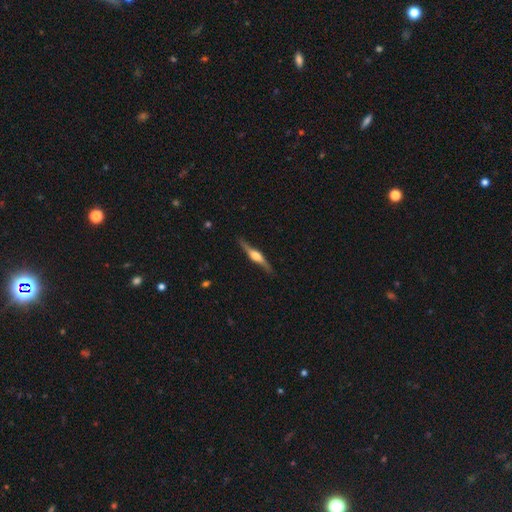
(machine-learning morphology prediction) This is likely a featured or disk galaxy (77%). It is clearly viewed edge-on (97%). Edge-on bulge: clearly rounded (89%). Merging: clearly none (87%).